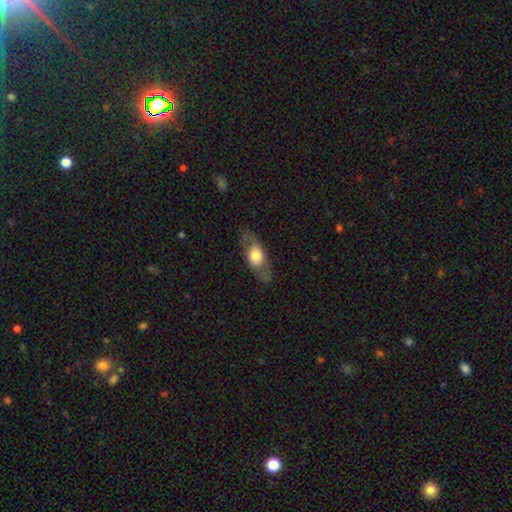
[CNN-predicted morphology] The model was most divided on "smooth or featured": smooth: 52%, featured or disk: 42%, star or artifact: 6%. More confident: merging — none (77%); how rounded — in between (75%).